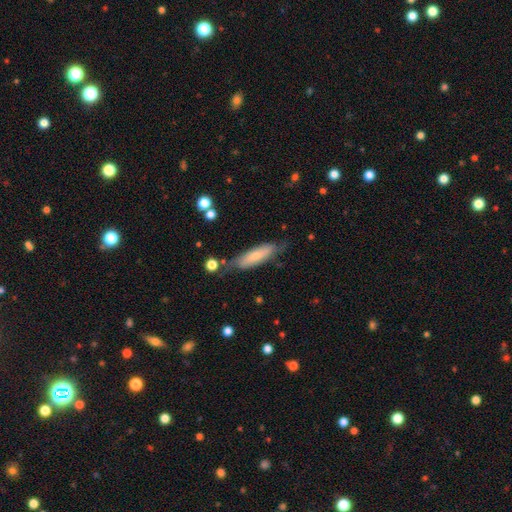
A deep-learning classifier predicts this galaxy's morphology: Overall: smooth (64%; featured or disk 30%). How rounded: cigar-shaped (64%; in between 35%). Merging: none (67%).